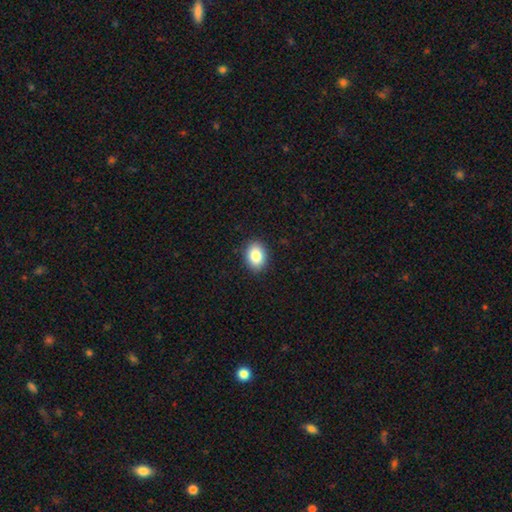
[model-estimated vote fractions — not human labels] This is clearly a smooth galaxy (85%). How rounded: likely in between (73%). Merging: clearly none (90%).